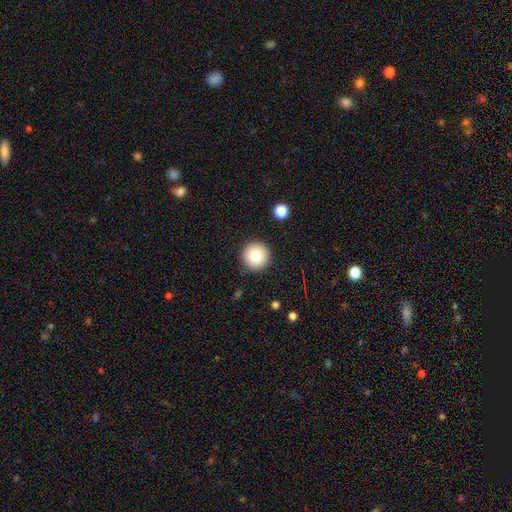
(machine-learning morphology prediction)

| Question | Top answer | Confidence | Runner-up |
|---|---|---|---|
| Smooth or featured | smooth | 82% | star or artifact (10%) |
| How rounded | round | 96% | in between (3%) |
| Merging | none | 91% | minor disturbance (6%) |